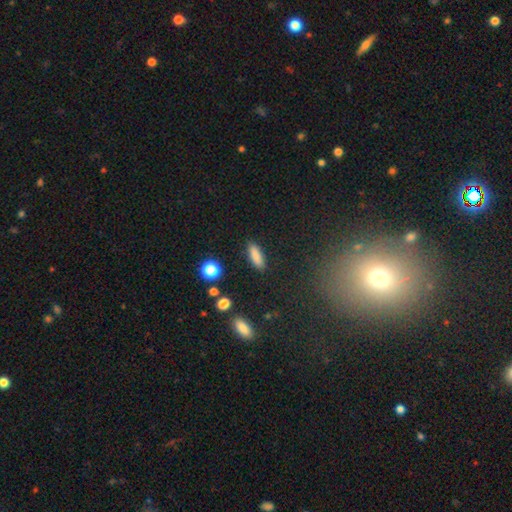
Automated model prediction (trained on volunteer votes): A smooth galaxy with no disk features (86%) that is in between round and cigar-shaped (52%).

Vote fractions:
- Smooth or featured? smooth: 86% / star or artifact: 8% / featured or disk: 6%
- How rounded? in between: 52% / cigar-shaped: 45% / round: 3%
- Merging? none: 89% / minor disturbance: 8% / major disturbance: 2% / merger: 2%